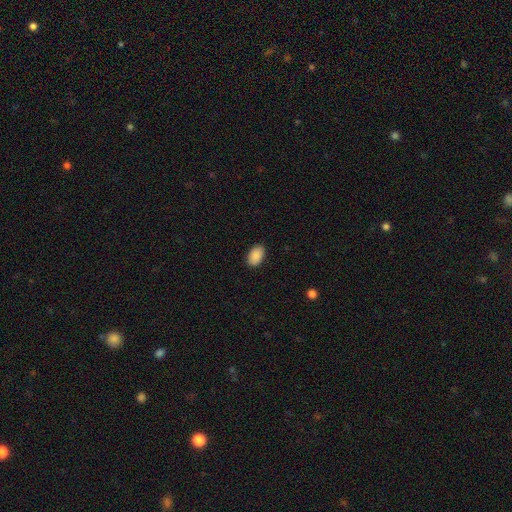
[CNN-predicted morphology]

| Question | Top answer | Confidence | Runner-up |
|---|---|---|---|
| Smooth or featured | smooth | 90% | star or artifact (7%) |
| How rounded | in between | 92% | round (7%) |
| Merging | none | 89% | minor disturbance (9%) |